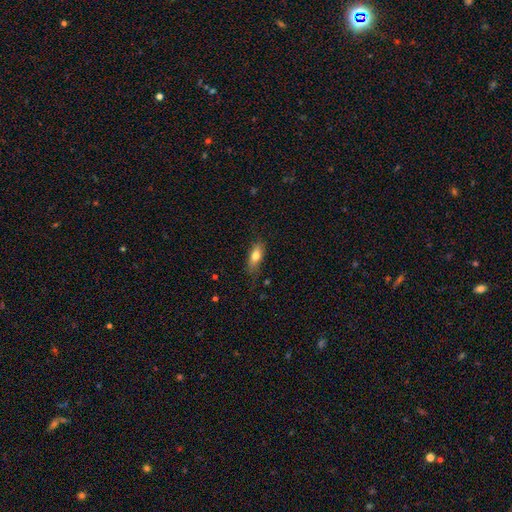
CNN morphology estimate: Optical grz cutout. It shows a smooth galaxy with no disk features (74%) that is in between round and cigar-shaped (72%). Merging: none (69%).